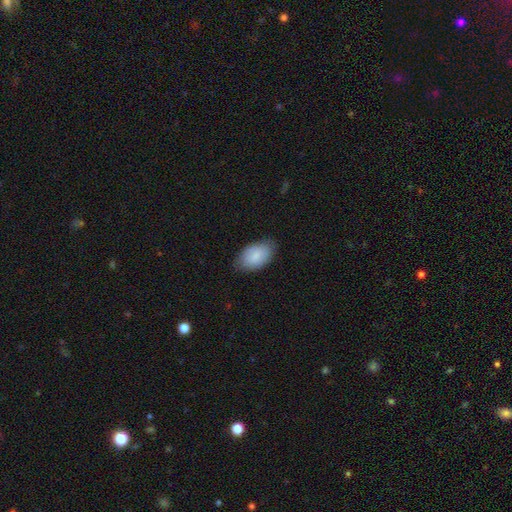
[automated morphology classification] A smooth galaxy with no disk features (83%) that is in between round and cigar-shaped (94%). Merging: none (77%).